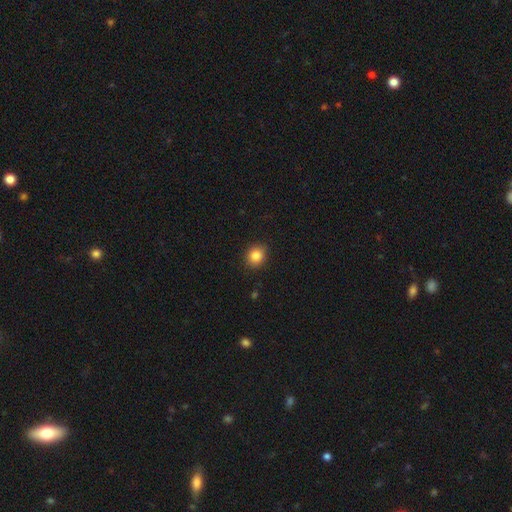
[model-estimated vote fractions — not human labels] Q: Smooth or featured?
A: smooth (84%); runner-up: star or artifact (10%)
Q: How rounded?
A: round (75%); runner-up: in between (24%)
Q: Merging?
A: none (89%); runner-up: minor disturbance (8%)